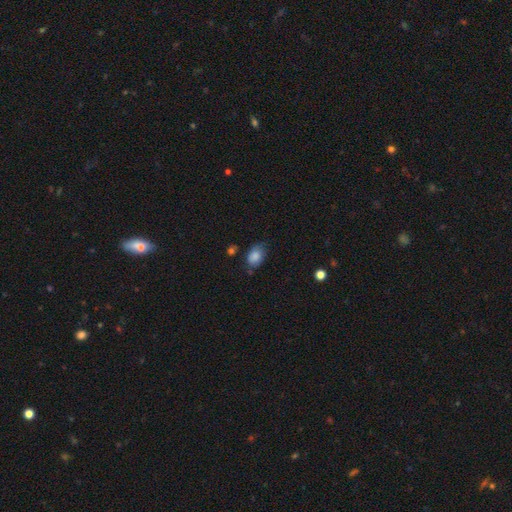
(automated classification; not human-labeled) This appears to be a smooth galaxy with no disk features (85%) that is in between round and cigar-shaped (79%). Merging: none (62%).